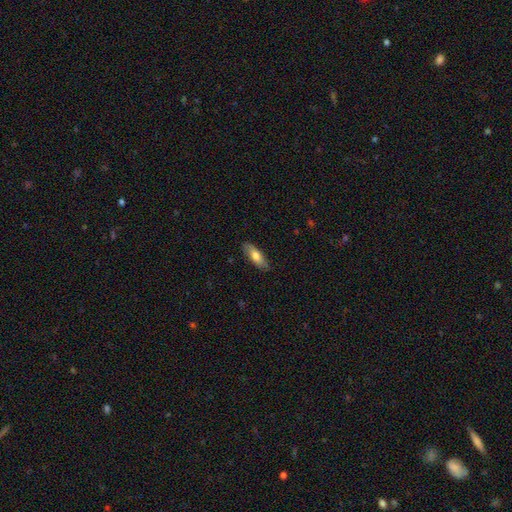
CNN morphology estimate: A smooth galaxy with no disk features (72%) that is in between round and cigar-shaped (62%). Merging: none (85%).